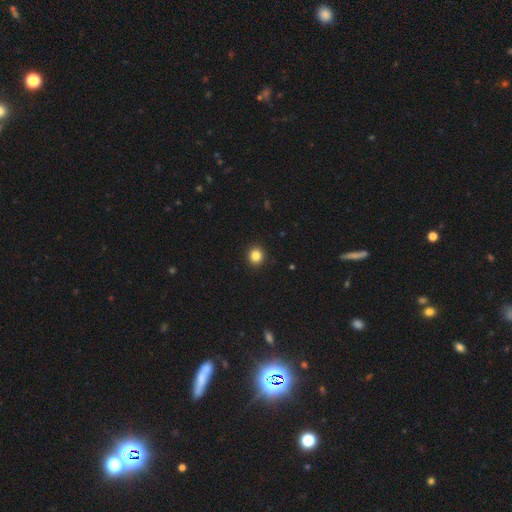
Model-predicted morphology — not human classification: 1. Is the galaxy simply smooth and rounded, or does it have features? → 85% smooth, 11% star or artifact, 4% featured or disk.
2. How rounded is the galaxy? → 89% round, 10% in between, 1% cigar-shaped.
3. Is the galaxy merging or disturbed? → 93% none, 5% minor disturbance, 2% major disturbance, 1% merger.